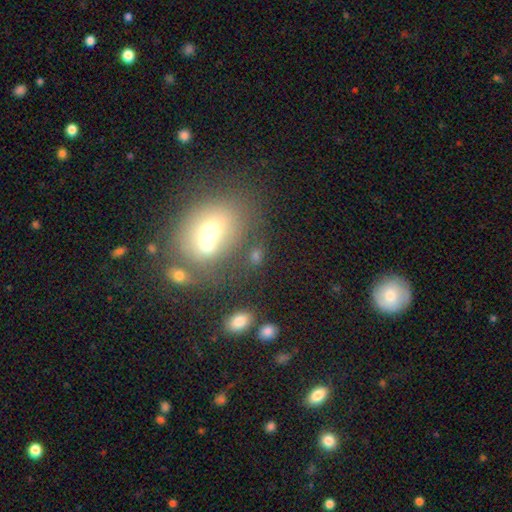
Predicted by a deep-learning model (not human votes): Morphology: type=smooth (67%); roundness=in between (54%); merging=none (45%).